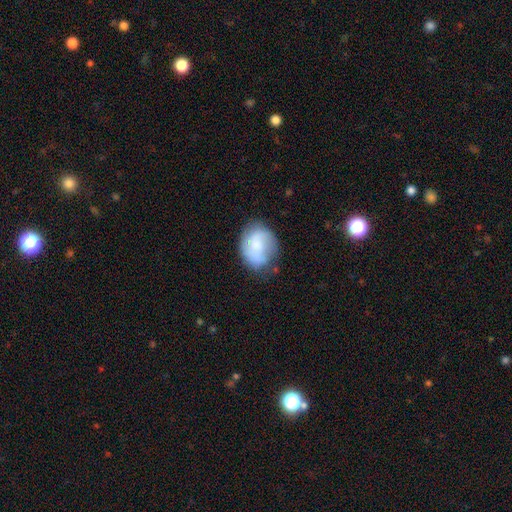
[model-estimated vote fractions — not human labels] The model was most divided on "how rounded": round: 50%, in between: 49%, cigar-shaped: 1%. More confident: smooth or featured — smooth (59%); merging — none (57%).